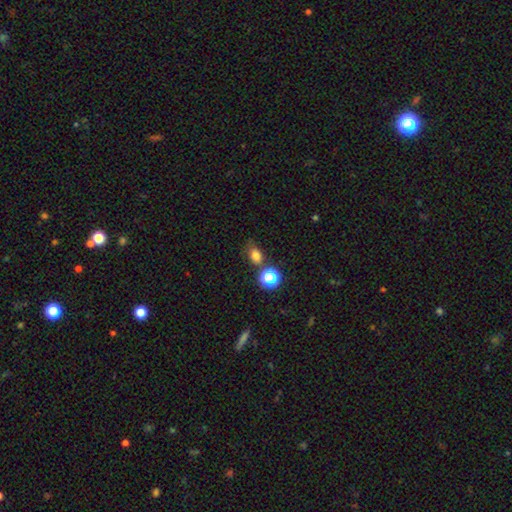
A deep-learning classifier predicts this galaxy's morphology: smooth_or_featured: smooth (p=0.77) [alt: star or artifact p=0.16]
how_rounded: in between (p=0.62) [alt: round p=0.37]
merging: none (p=0.66) [alt: minor disturbance p=0.17]